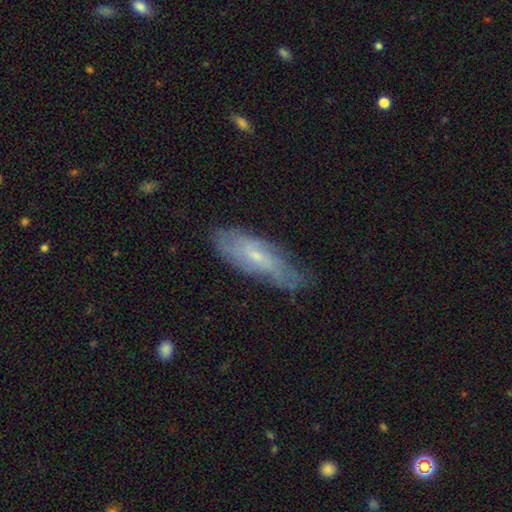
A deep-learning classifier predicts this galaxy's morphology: The model was most divided on "smooth or featured": featured or disk: 53%, smooth: 40%, star or artifact: 7%. More confident: edge-on disk — no (75%); merging — none (67%).